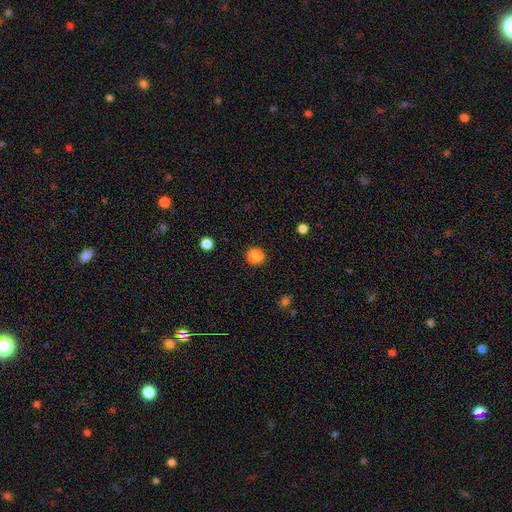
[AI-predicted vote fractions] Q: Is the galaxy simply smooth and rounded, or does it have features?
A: smooth — 87%.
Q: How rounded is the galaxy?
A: round — 89%.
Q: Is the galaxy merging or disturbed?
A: none — 88%.